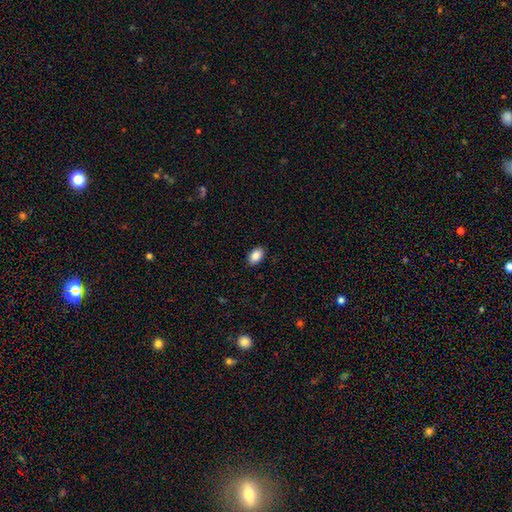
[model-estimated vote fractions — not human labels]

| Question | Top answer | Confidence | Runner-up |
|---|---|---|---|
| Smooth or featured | smooth | 89% | star or artifact (8%) |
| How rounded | in between | 90% | round (9%) |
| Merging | none | 89% | minor disturbance (8%) |